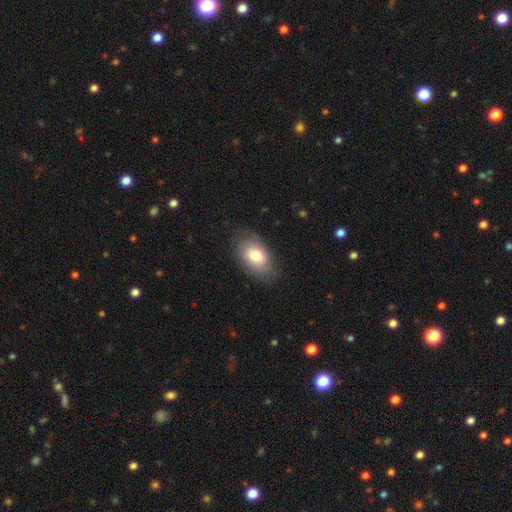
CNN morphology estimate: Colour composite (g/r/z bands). It shows a smooth galaxy with no disk features (76%) that is in between round and cigar-shaped (90%). Merging: none (77%).